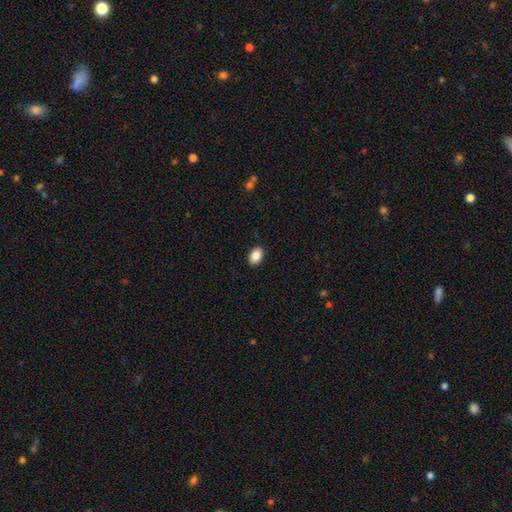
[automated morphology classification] The model was most divided on "how rounded": in between: 85%, round: 14%, cigar-shaped: 1%. More confident: merging — none (90%); smooth or featured — smooth (88%).